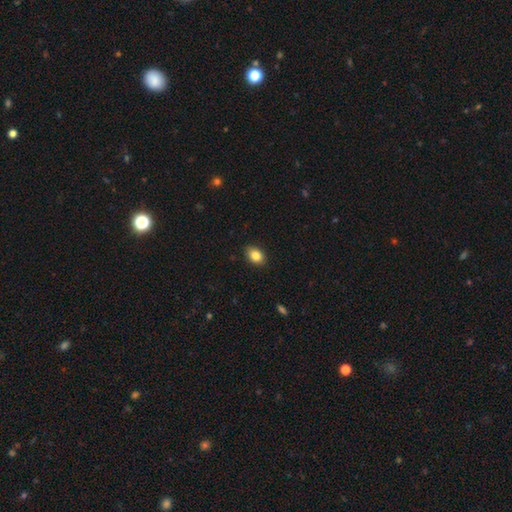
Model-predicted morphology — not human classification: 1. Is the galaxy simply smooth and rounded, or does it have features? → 85% smooth, 9% star or artifact, 6% featured or disk.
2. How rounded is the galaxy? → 75% in between, 24% round, 1% cigar-shaped.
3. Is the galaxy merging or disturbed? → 89% none, 8% minor disturbance, 2% major disturbance, 1% merger.